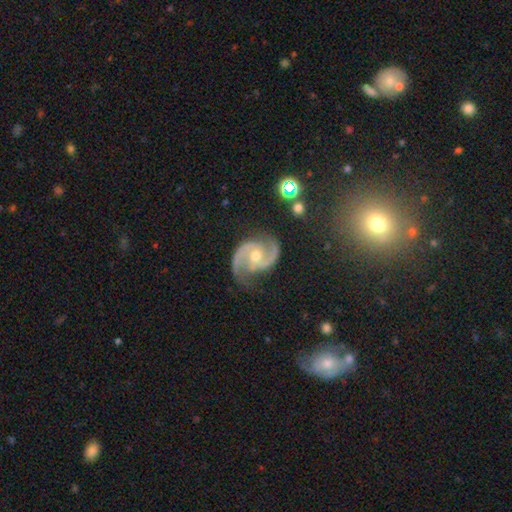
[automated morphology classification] A featured or disk galaxy (93%) with no bar (55%), 2 (94%) medium (62%) spiral arms (99%) and a moderate central bulge (56%).

Vote fractions:
- Smooth or featured? featured or disk: 93% / star or artifact: 5% / smooth: 2%
- Edge-on disk? no: 98% / yes: 2%
- Bar? no: 55% / weak: 33% / strong: 12%
- Spiral arms? yes: 99% / no: 1%
- Spiral winding? medium: 62% / tight: 21% / loose: 17%
- Spiral arm count? 2: 94% / 3: 2% / can't tell: 1% / 1: 1% / 4: 1% / more than 4: 1%
- Bulge size? moderate: 56% / small: 41% / large: 1% / none: 1% / dominant: 1%
- Merging? none: 79% / minor disturbance: 15% / major disturbance: 4% / merger: 2%